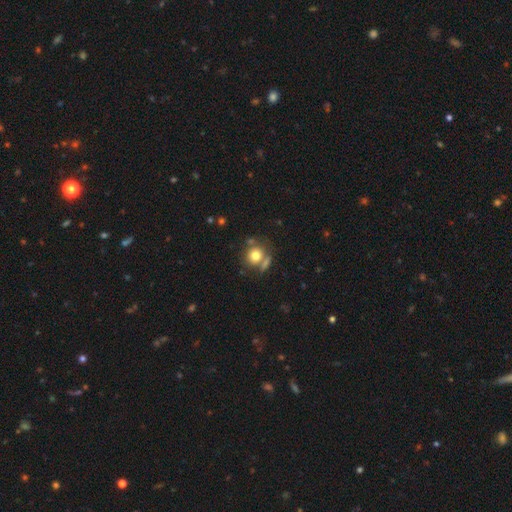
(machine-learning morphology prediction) Smooth or featured: smooth — 76% (featured or disk — 13%)
How rounded: round — 84% (in between — 15%)
Merging: none — 60% (merger — 22%)